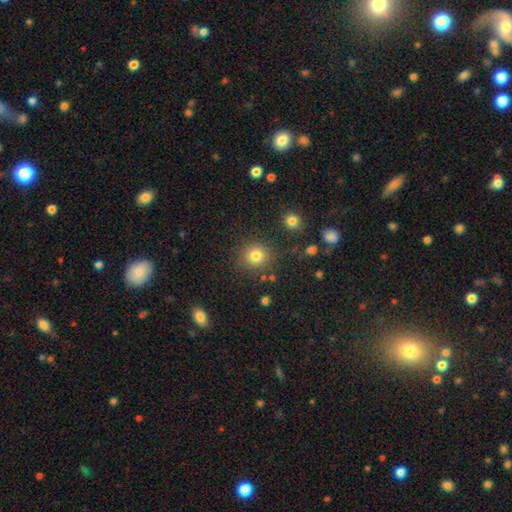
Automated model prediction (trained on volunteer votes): smooth-or-featured: smooth: 81% | star or artifact: 13% | featured or disk: 6%
  how-rounded: round: 90% | in between: 9% | cigar-shaped: 1%
  merging: none: 85% | minor disturbance: 8% | merger: 4% | major disturbance: 4%